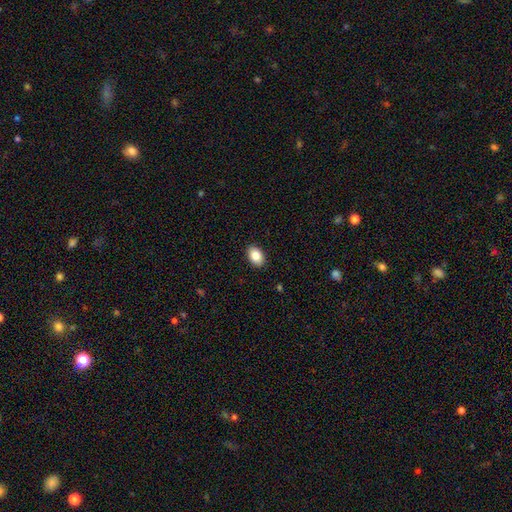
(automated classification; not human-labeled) A smooth galaxy with no disk features (86%) that is in between round and cigar-shaped (85%). Merging: none (90%).